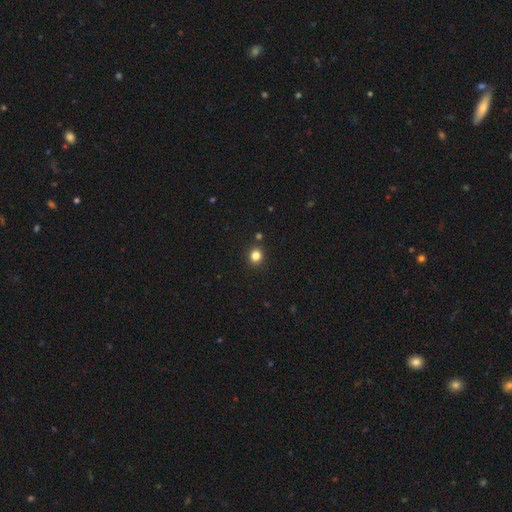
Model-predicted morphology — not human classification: A smooth galaxy with no disk features (82%) that is round (81%). Merging: none (89%).